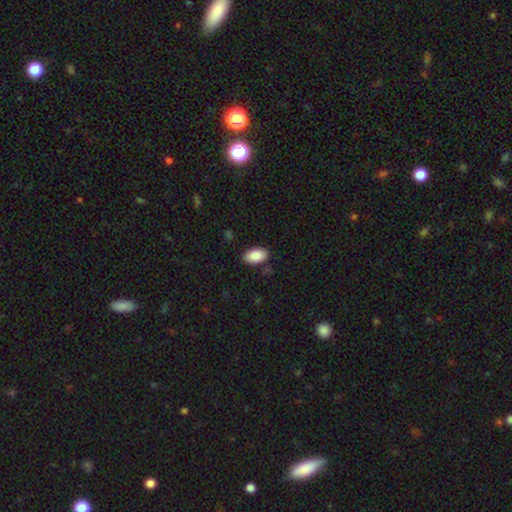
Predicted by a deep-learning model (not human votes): Smooth or featured? Predicted: smooth (p=0.88). How rounded? Predicted: in between (p=0.94). Merging? Predicted: none (p=0.85).